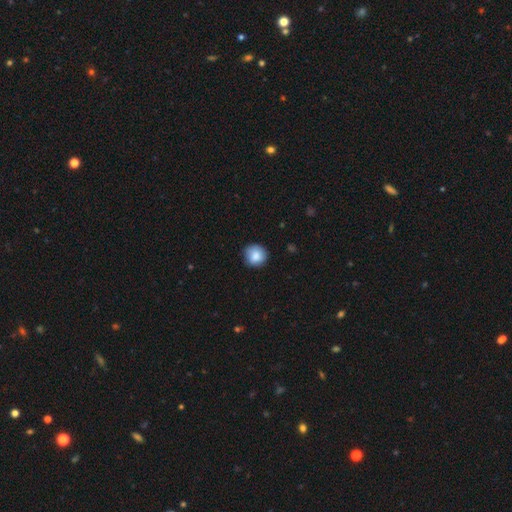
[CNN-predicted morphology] Smooth or featured? Predicted: smooth (p=0.85). How rounded? Predicted: round (p=0.90). Merging? Predicted: none (p=0.81).